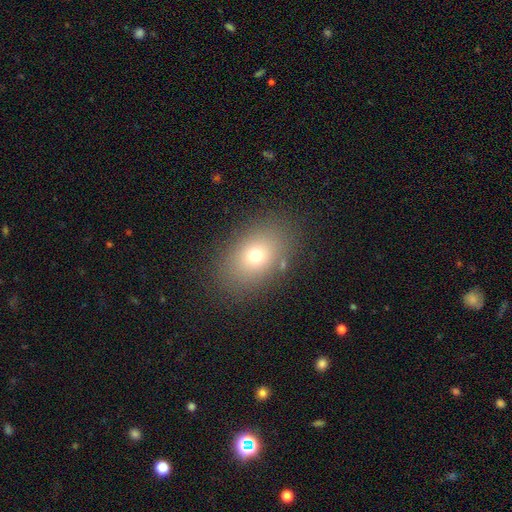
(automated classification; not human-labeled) The model was most divided on "how rounded": in between: 74%, round: 25%, cigar-shaped: 1%. More confident: merging — none (84%); smooth or featured — smooth (70%).